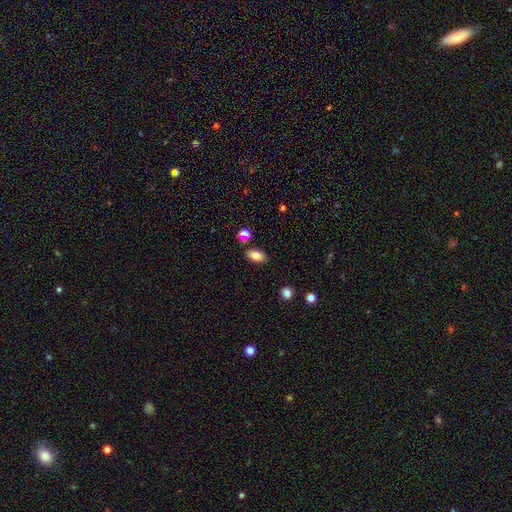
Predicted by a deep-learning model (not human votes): A smooth galaxy with no disk features (83%) that is in between round and cigar-shaped (91%).

Vote fractions:
- Smooth or featured? smooth: 83% / star or artifact: 9% / featured or disk: 8%
- How rounded? in between: 91% / round: 7% / cigar-shaped: 2%
- Merging? none: 81% / minor disturbance: 11% / merger: 5% / major disturbance: 3%